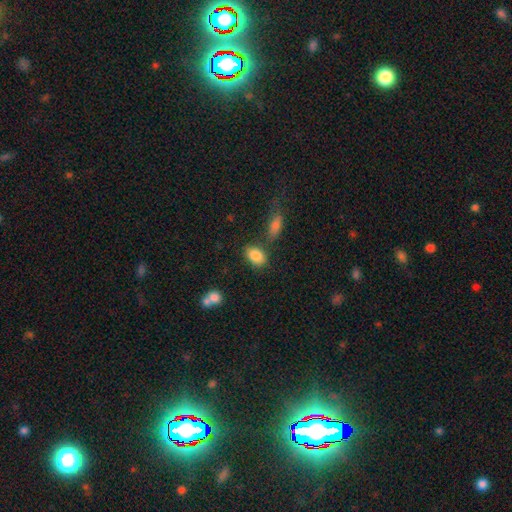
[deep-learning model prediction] Smooth or featured? Predicted: smooth (p=0.86). How rounded? Predicted: in between (p=0.85). Merging? Predicted: none (p=0.70).